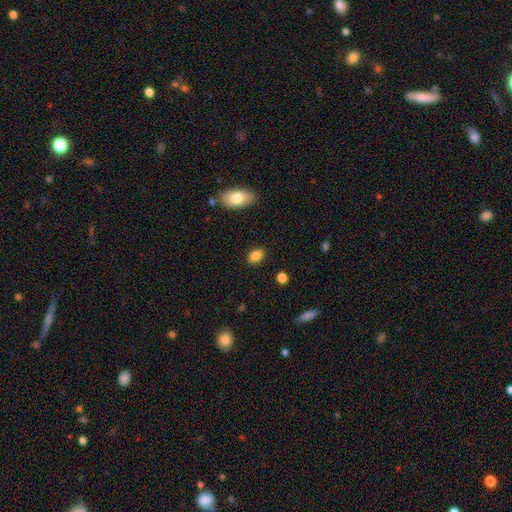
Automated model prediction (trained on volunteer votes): This appears to be a smooth galaxy with no disk features (86%) that is in between round and cigar-shaped (84%). Merging: none (85%).